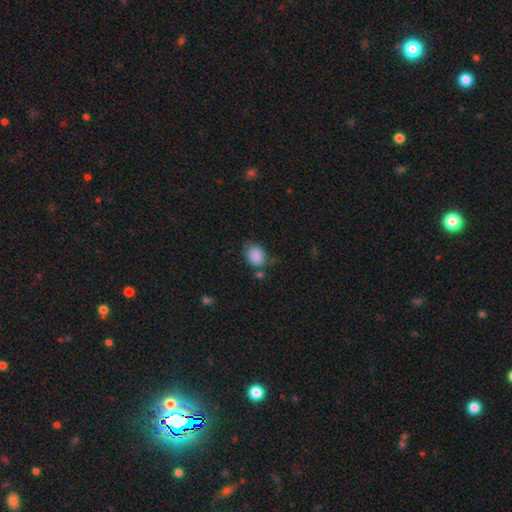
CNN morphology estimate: A smooth galaxy with no disk features (86%) that is in between round and cigar-shaped (56%). Merging: none (54%).